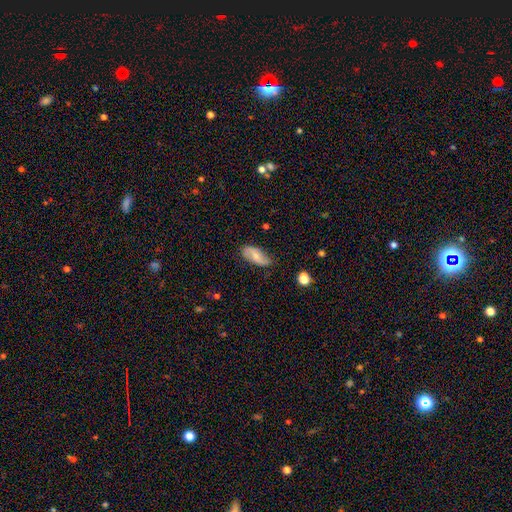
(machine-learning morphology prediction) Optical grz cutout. It shows a smooth galaxy with no disk features (47%). Merging: none (73%).